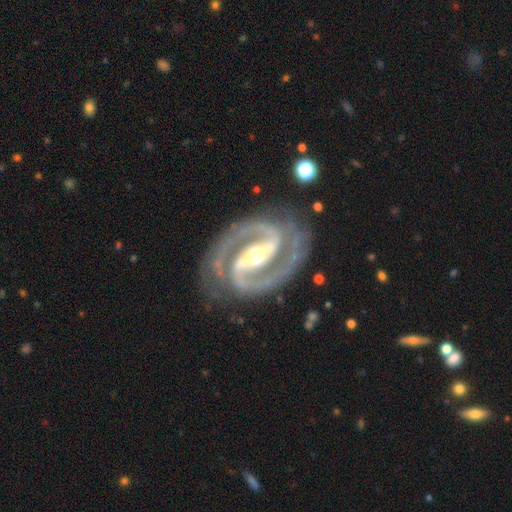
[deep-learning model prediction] Smooth or featured? Predicted: featured or disk (p=0.94). Edge-on disk? Predicted: no (p=0.98). Bar? Predicted: strong (p=0.72). Spiral arms? Predicted: yes (p=0.99). Spiral winding? Predicted: medium (p=0.53). Spiral arm count? Predicted: 2 (p=0.94). Bulge size? Predicted: moderate (p=0.65). Merging? Predicted: none (p=0.83).